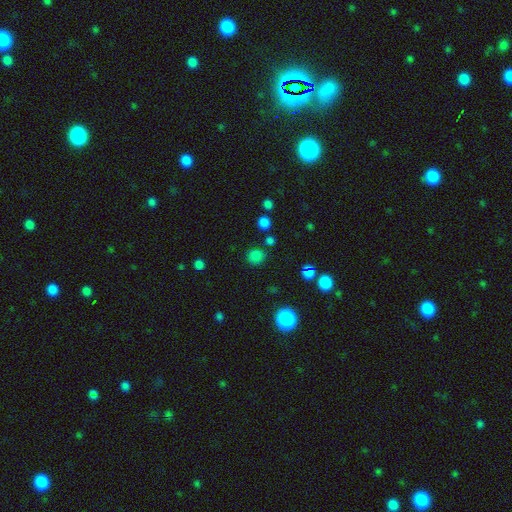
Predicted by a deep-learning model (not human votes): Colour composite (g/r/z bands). It shows a smooth galaxy with no disk features (77%) that is round (87%). Merging: none (82%).